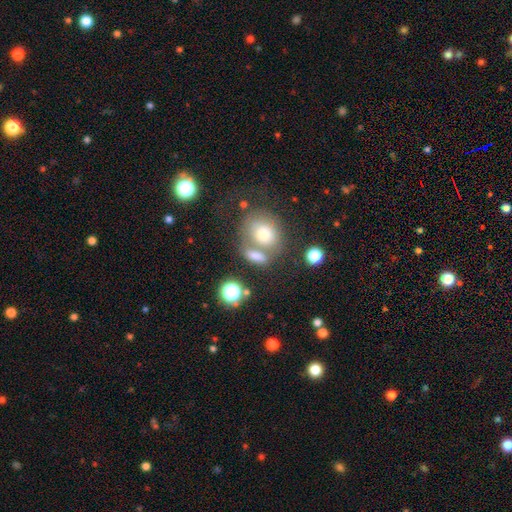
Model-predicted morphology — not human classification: This is likely a smooth galaxy (69%). How rounded: possibly in between (54%). Merging: marginally none (41%).